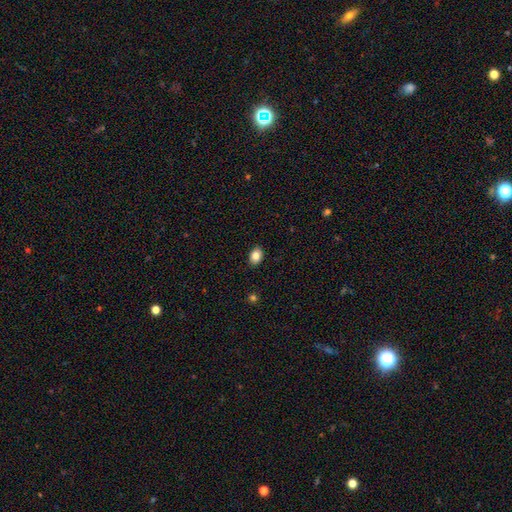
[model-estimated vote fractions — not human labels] Smooth or featured: smooth — 84% (star or artifact — 9%)
How rounded: in between — 75% (round — 24%)
Merging: none — 90% (minor disturbance — 8%)